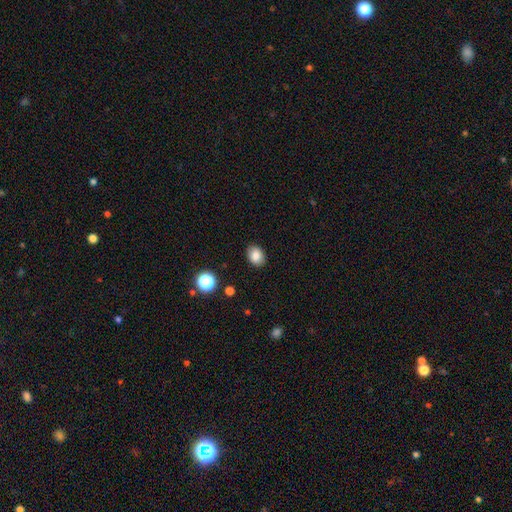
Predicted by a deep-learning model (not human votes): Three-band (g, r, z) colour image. It shows a smooth galaxy with no disk features (85%) that is in between round and cigar-shaped (61%). Merging: none (88%).